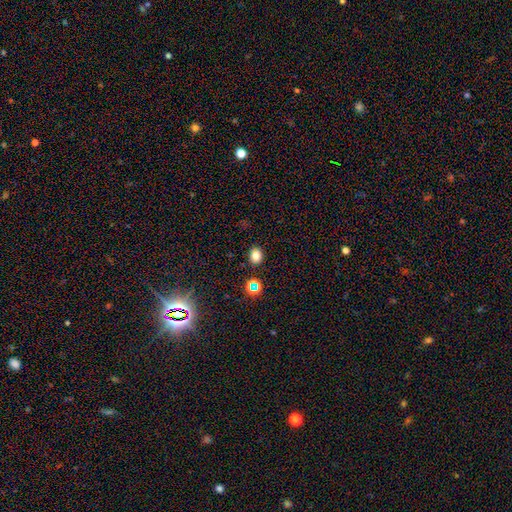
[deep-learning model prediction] A smooth galaxy with no disk features (78%) that is round (55%). Merging: none (89%).